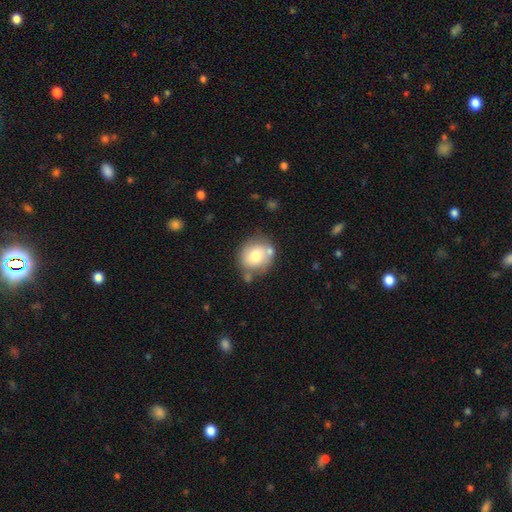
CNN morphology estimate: Smooth or featured: smooth — 69% (featured or disk — 23%)
How rounded: round — 79% (in between — 20%)
Merging: none — 64% (minor disturbance — 17%)